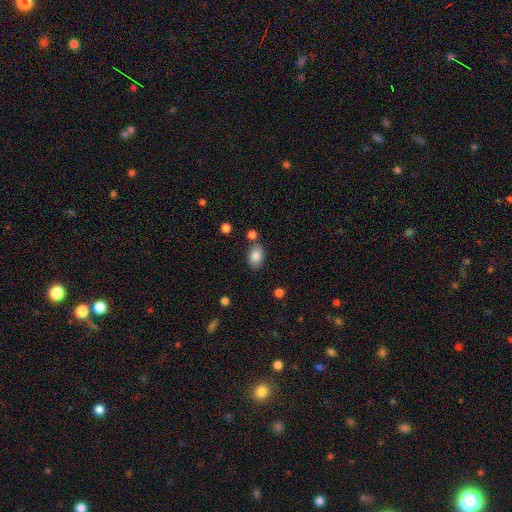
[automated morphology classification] A smooth galaxy with no disk features (85%) that is in between round and cigar-shaped (86%). Merging: none (72%).